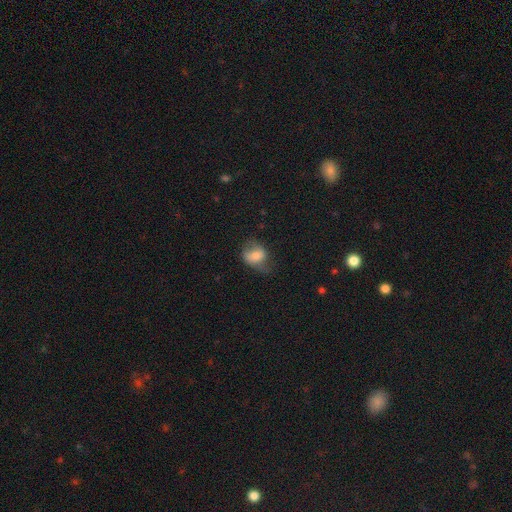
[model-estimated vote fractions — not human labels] Q: Smooth or featured?
A: smooth (66%); runner-up: featured or disk (25%)
Q: How rounded?
A: in between (60%); runner-up: round (39%)
Q: Merging?
A: none (42%); runner-up: minor disturbance (32%)